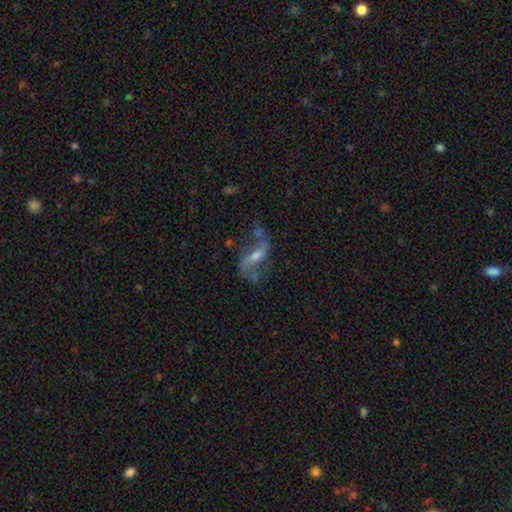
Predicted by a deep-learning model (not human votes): A featured or disk galaxy (81%) with a weak bar (37%, tied with strong), 2 (89%) loose (79%) spiral arms (90%) and a moderate central bulge (46%). Merging: none (59%).